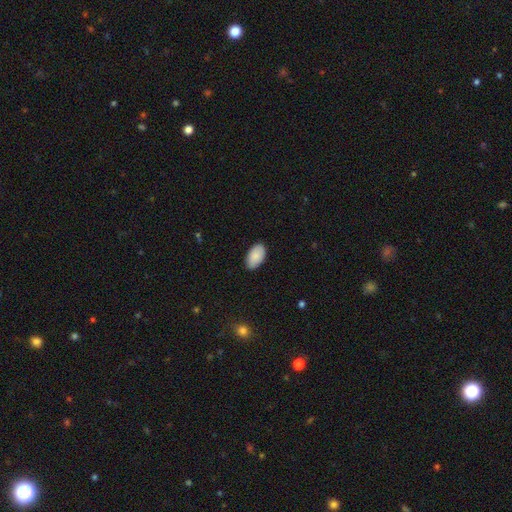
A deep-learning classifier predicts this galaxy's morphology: Smooth or featured?
  - smooth: 88% *
  - star or artifact: 6%
  - featured or disk: 6%
How rounded?
  - in between: 95% *
  - round: 4%
  - cigar-shaped: 1%
Merging?
  - none: 86% *
  - minor disturbance: 11%
  - major disturbance: 2%
  - merger: 1%